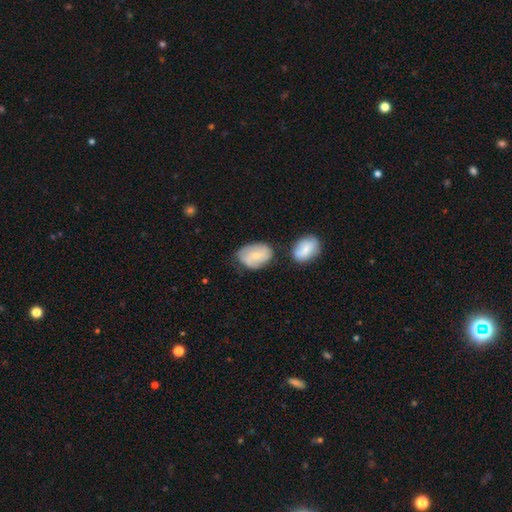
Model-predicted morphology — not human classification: Overall: smooth (58%; featured or disk 35%). How rounded: in between (78%). Merging: none (52%; minor disturbance 28%).